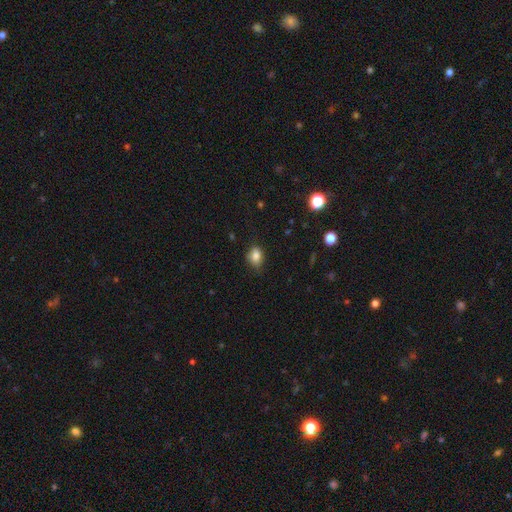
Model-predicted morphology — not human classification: A smooth galaxy with no disk features (84%) that is in between round and cigar-shaped (64%).

Vote fractions:
- Smooth or featured? smooth: 84% / star or artifact: 10% / featured or disk: 6%
- How rounded? in between: 64% / round: 35% / cigar-shaped: 1%
- Merging? none: 68% / minor disturbance: 25% / major disturbance: 5% / merger: 1%